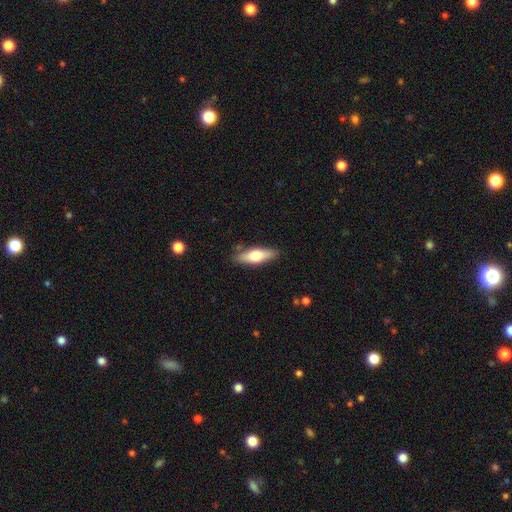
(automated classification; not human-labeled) A smooth galaxy with no disk features (59%) that is in between round and cigar-shaped (50%).

Vote fractions:
- Smooth or featured? smooth: 59% / featured or disk: 36% / star or artifact: 6%
- How rounded? in between: 50% / cigar-shaped: 48% / round: 2%
- Merging? none: 84% / minor disturbance: 11% / major disturbance: 2% / merger: 2%